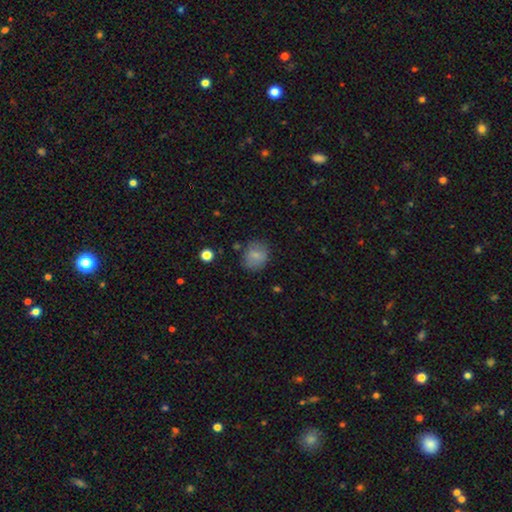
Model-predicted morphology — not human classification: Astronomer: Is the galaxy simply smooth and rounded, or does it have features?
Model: smooth — 77%.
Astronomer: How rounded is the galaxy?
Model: round — 69%.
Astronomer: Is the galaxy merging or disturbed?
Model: none — 77%.